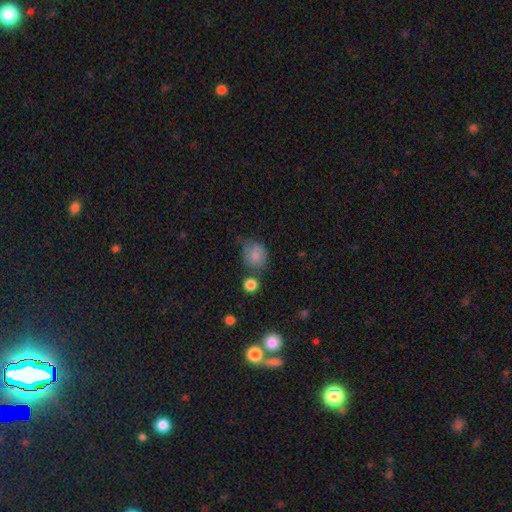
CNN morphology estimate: This is clearly a smooth galaxy (80%). How rounded: likely round (70%). Merging: possibly none (54%).